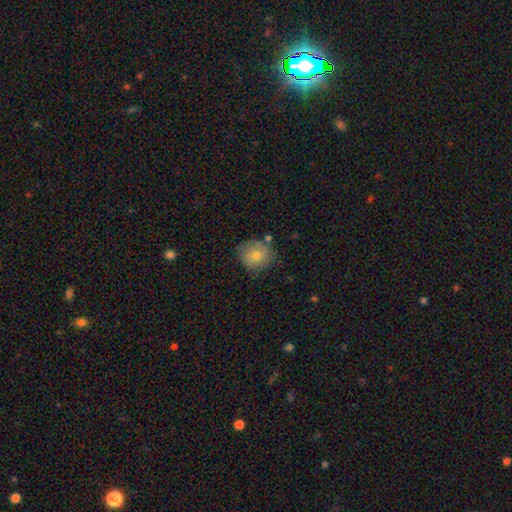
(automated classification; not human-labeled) Morphology: type=smooth (73%); roundness=round (83%); merging=none (75%).